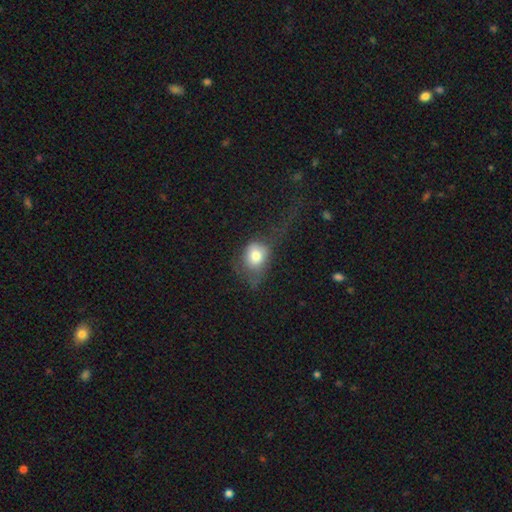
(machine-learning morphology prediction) Smooth or featured? Predicted: smooth (p=0.75). How rounded? Predicted: round (p=0.51). Merging? Predicted: major disturbance (p=0.45).